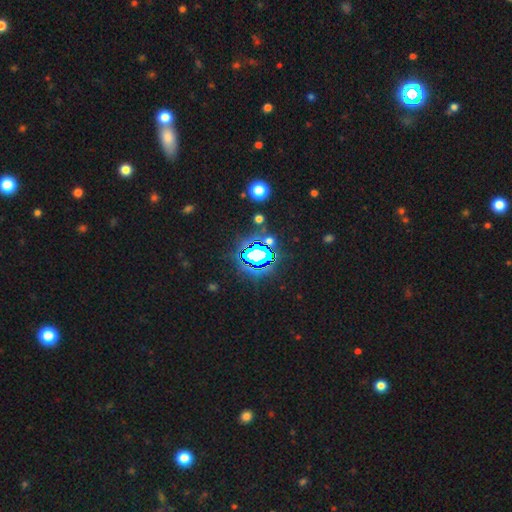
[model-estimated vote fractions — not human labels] This appears to be a star or artifact, not a galaxy (80%).